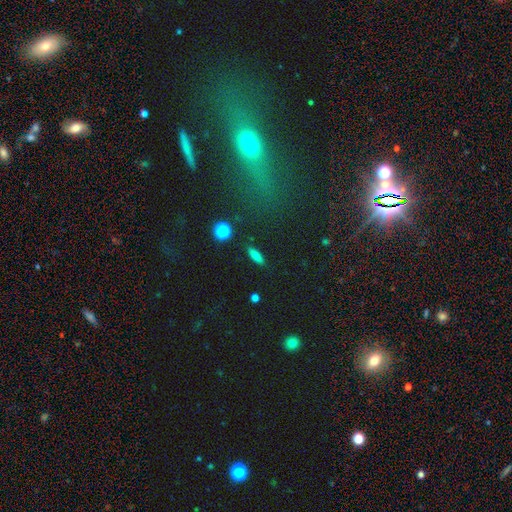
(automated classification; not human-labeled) Smooth or featured: smooth — 77% (featured or disk — 12%)
How rounded: cigar-shaped — 56% (in between — 39%)
Merging: none — 88% (minor disturbance — 8%)